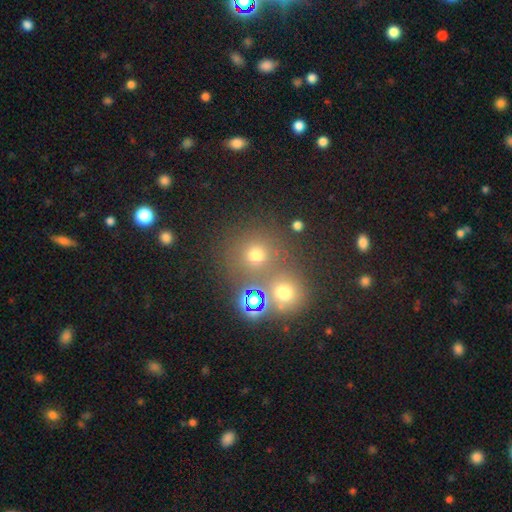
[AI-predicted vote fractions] The model was most divided on "smooth or featured": smooth: 62%, star or artifact: 29%, featured or disk: 9%. More confident: how rounded — round (89%); merging — none (66%).